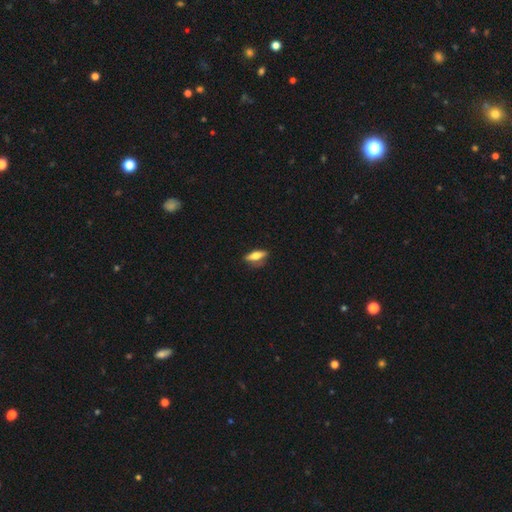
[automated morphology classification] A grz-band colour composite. It shows a smooth galaxy with no disk features (59%) that is in between round and cigar-shaped (56%). Merging: none (71%).